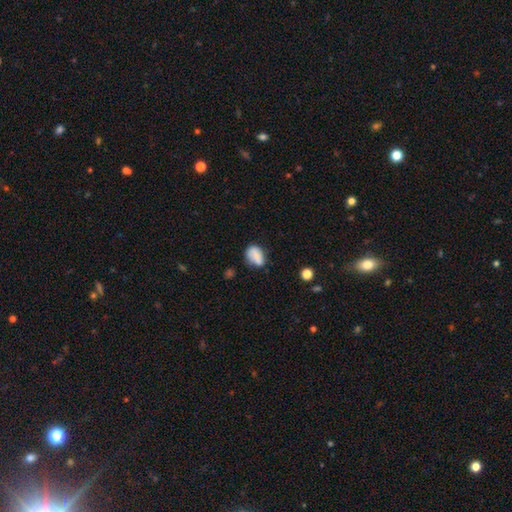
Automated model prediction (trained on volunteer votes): Smooth or featured? Predicted: smooth (p=0.76). How rounded? Predicted: in between (p=0.76). Merging? Predicted: none (p=0.61).